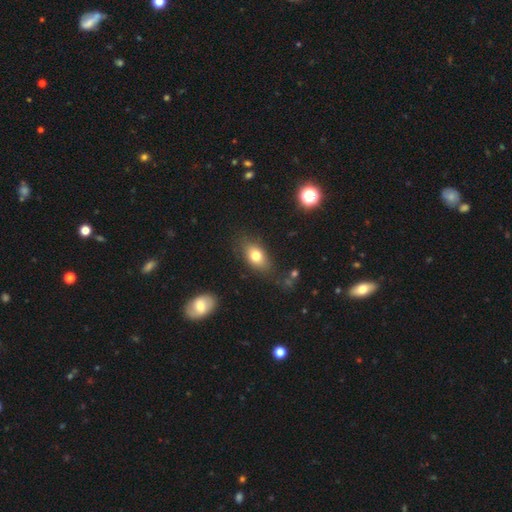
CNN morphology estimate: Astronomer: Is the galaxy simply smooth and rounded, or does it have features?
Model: smooth — 76%.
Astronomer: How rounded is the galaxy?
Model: in between — 82%.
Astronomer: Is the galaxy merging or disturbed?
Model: none — 76%.